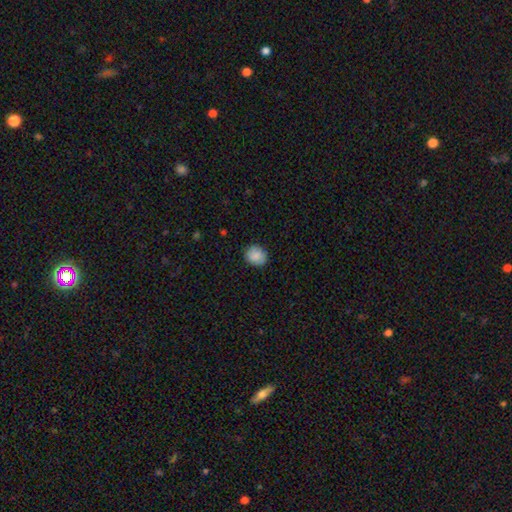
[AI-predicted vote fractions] smooth 87%, star or artifact 8%, featured or disk 5%. Down the decision tree: how rounded — round (75%); merging — none (86%).